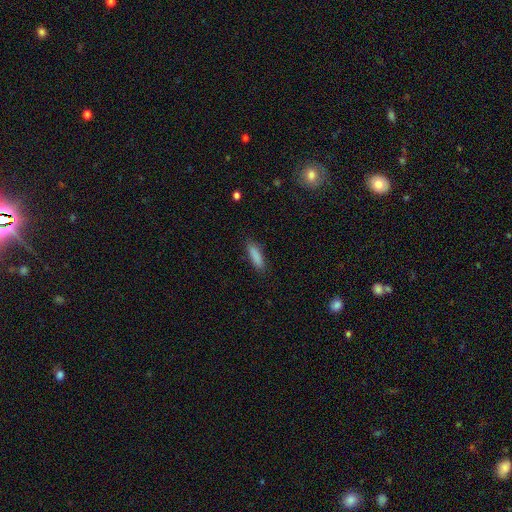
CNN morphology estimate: Q: Smooth or featured?
A: smooth (87%); runner-up: star or artifact (7%)
Q: How rounded?
A: cigar-shaped (62%); runner-up: in between (37%)
Q: Merging?
A: none (85%); runner-up: minor disturbance (11%)